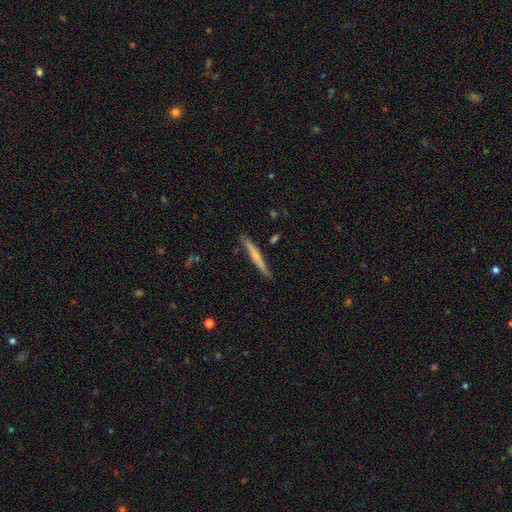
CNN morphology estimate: A featured or disk galaxy (50%) viewed edge-on (96%).

Vote fractions:
- Smooth or featured? featured or disk: 50% / smooth: 44% / star or artifact: 6%
- Edge-on disk? yes: 96% / no: 4%
- Merging? none: 87% / minor disturbance: 10% / merger: 2% / major disturbance: 2%